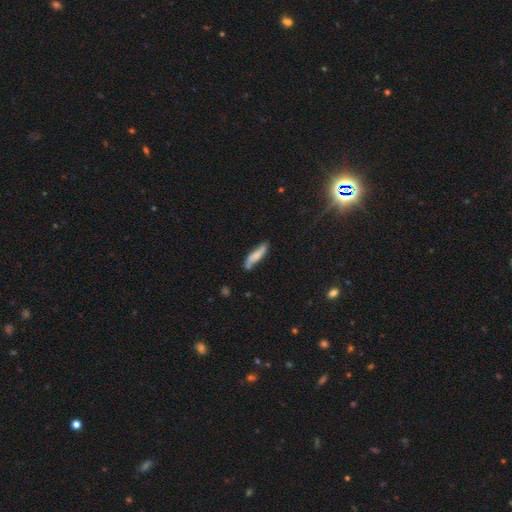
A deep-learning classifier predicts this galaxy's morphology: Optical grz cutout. It shows a smooth galaxy with no disk features (69%) that is cigar-shaped (77%). Merging: none (68%).